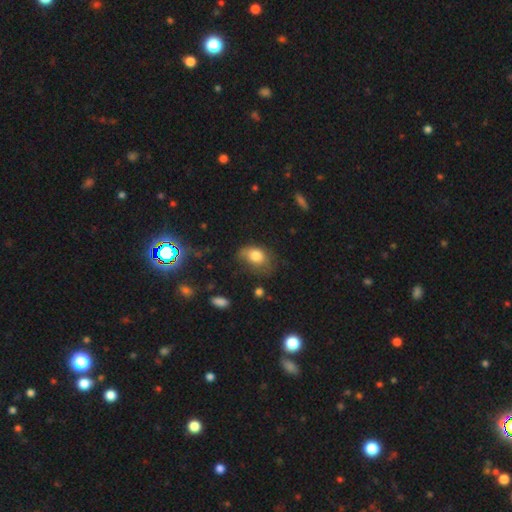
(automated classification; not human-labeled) smooth-or-featured: smooth: 76% | featured or disk: 15% | star or artifact: 9%
  how-rounded: in between: 77% | round: 22% | cigar-shaped: 1%
  merging: none: 42% | minor disturbance: 35% | major disturbance: 20% | merger: 3%